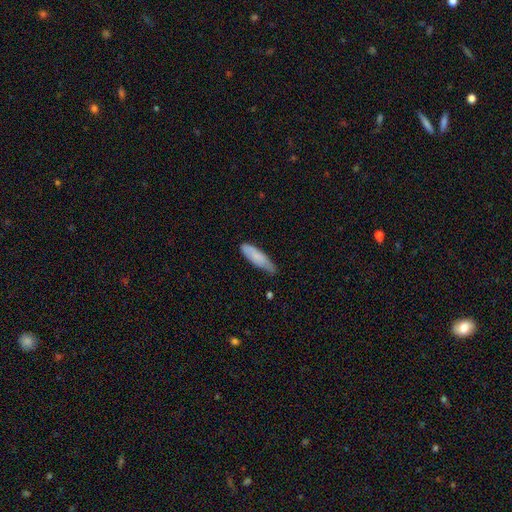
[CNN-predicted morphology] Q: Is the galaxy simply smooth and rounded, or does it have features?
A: smooth — 79%.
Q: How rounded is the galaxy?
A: cigar-shaped — 58%.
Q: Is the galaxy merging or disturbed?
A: none — 58%.